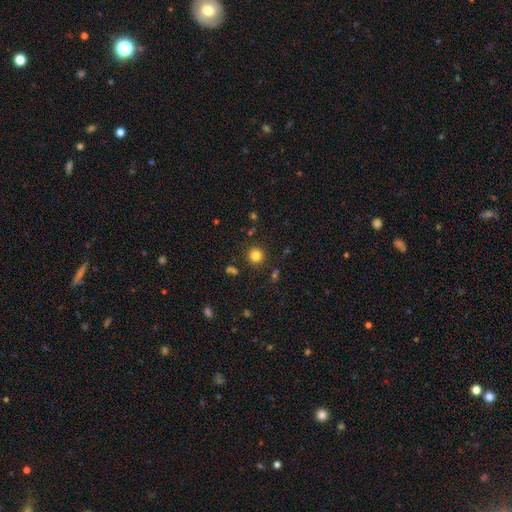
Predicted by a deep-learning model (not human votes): Morphology: type=smooth (80%); roundness=round (94%); merging=none (89%).